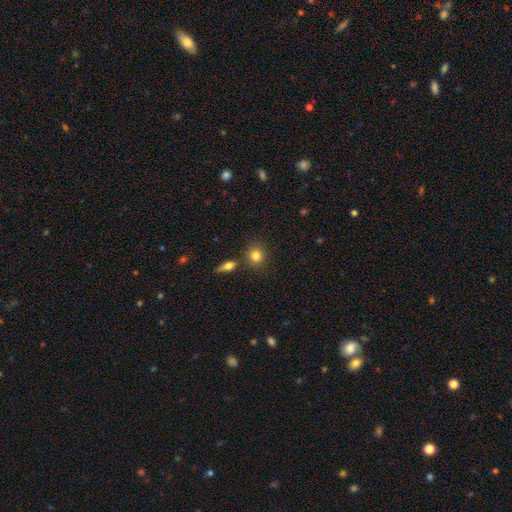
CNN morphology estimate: This appears to be a smooth galaxy with no disk features (81%) that is round (83%). Merging: none (80%).